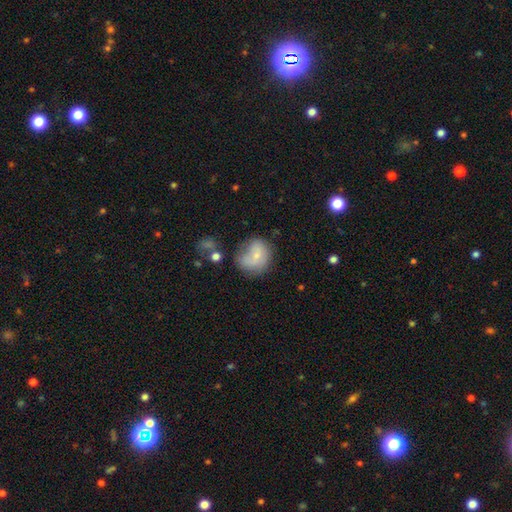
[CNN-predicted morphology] This appears to be a smooth galaxy with no disk features (64%) that is round (65%). Merging: none (43%).